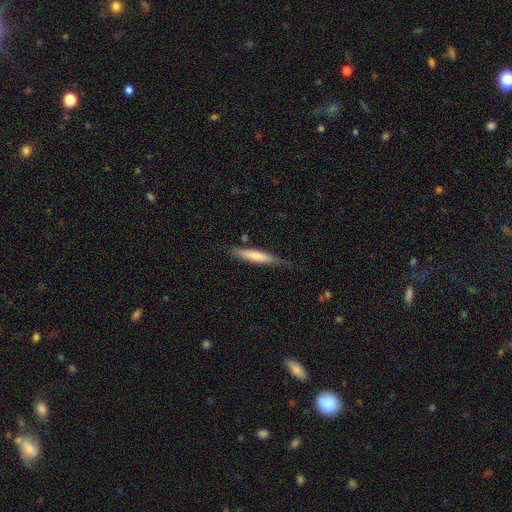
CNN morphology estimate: smooth_or_featured: smooth (p=0.69) [alt: featured or disk p=0.26]
how_rounded: cigar-shaped (p=0.88) [alt: in between p=0.10]
merging: none (p=0.72) [alt: minor disturbance p=0.22]